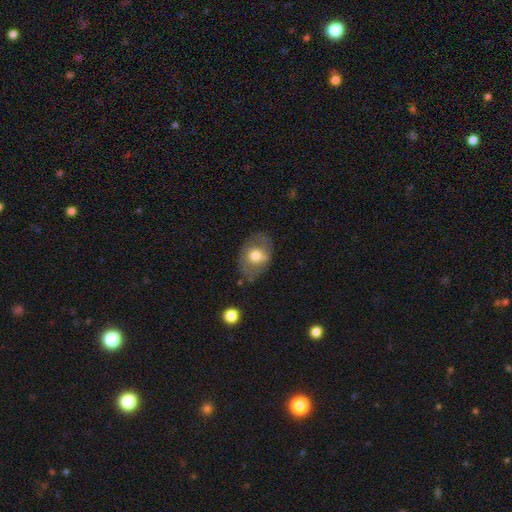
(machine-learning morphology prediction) smooth-or-featured: smooth: 56% | featured or disk: 37% | star or artifact: 7%
  how-rounded: in between: 72% | round: 27% | cigar-shaped: 1%
  merging: none: 68% | minor disturbance: 21% | major disturbance: 9% | merger: 2%